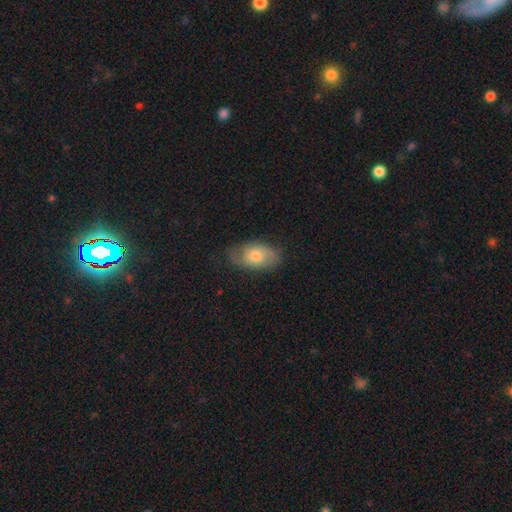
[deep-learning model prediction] This is possibly a smooth galaxy (60%). How rounded: clearly in between (90%). Merging: likely none (72%).